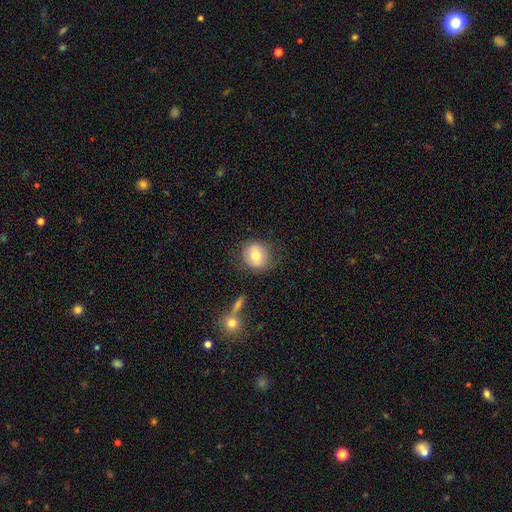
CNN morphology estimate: The model was most divided on "smooth or featured": smooth: 74%, featured or disk: 17%, star or artifact: 9%. More confident: how rounded — round (85%); merging — none (79%).